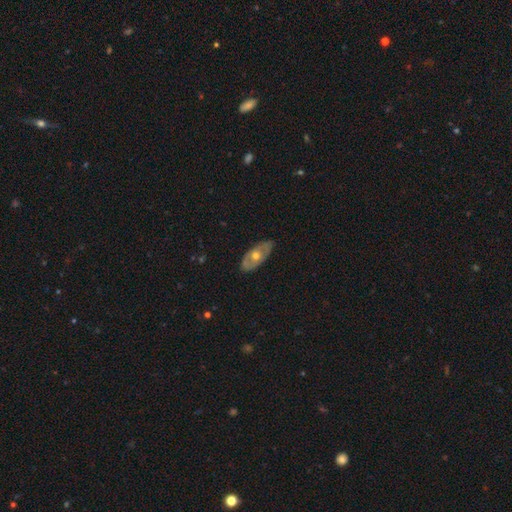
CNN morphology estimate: The model was most divided on "smooth or featured": featured or disk: 58%, smooth: 37%, star or artifact: 5%. More confident: edge-on disk — no (82%); merging — none (80%).